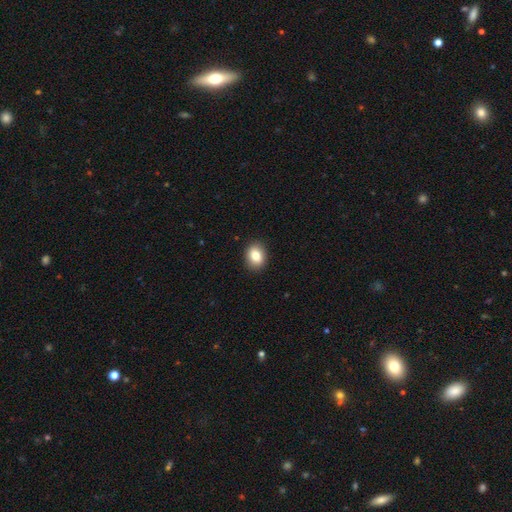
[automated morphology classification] smooth_or_featured: smooth (p=0.82) [alt: star or artifact p=0.09]
how_rounded: in between (p=0.59) [alt: round p=0.40]
merging: none (p=0.90) [alt: minor disturbance p=0.07]